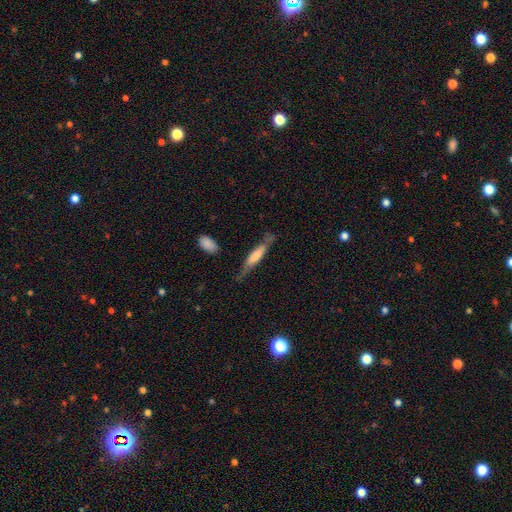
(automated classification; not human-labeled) A smooth galaxy with no disk features (52%) that is cigar-shaped (82%). Merging: none (63%).